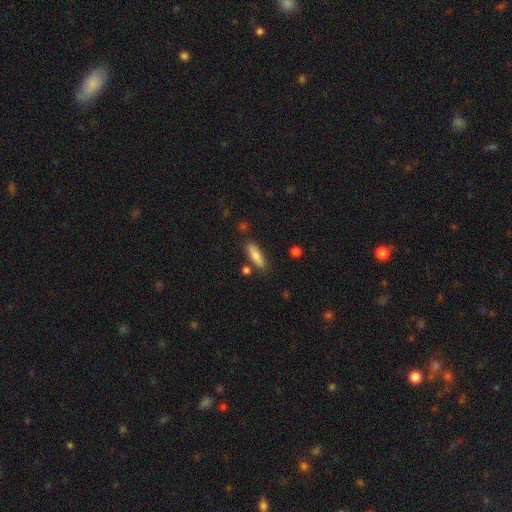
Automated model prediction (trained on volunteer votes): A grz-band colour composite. It shows a smooth galaxy with no disk features (76%) that is cigar-shaped (52%). Merging: none (80%).